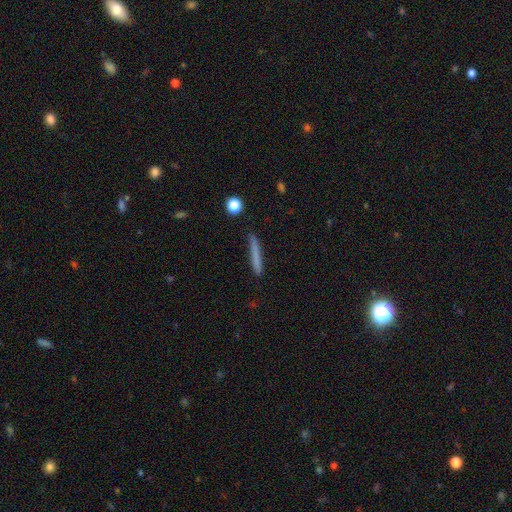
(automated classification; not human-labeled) Smooth or featured? smooth (72%)
How rounded? cigar-shaped (96%)
Merging? none (86%)